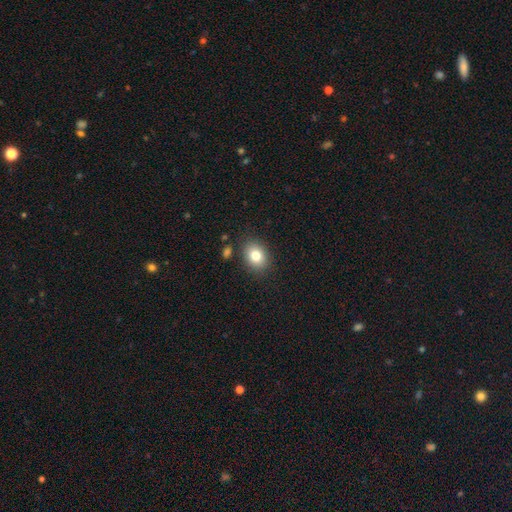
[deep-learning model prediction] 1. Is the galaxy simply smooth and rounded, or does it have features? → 81% smooth, 10% star or artifact, 9% featured or disk.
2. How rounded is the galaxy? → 54% in between, 45% round, 1% cigar-shaped.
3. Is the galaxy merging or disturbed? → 84% none, 10% minor disturbance, 3% merger, 3% major disturbance.